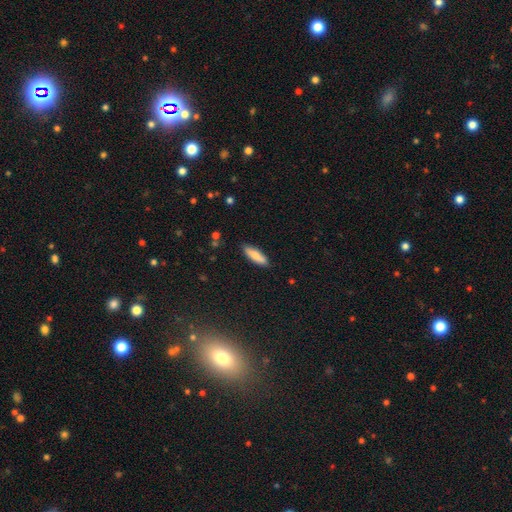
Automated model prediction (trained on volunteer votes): Morphology: type=smooth (76%); roundness=cigar-shaped (54%); merging=none (85%).